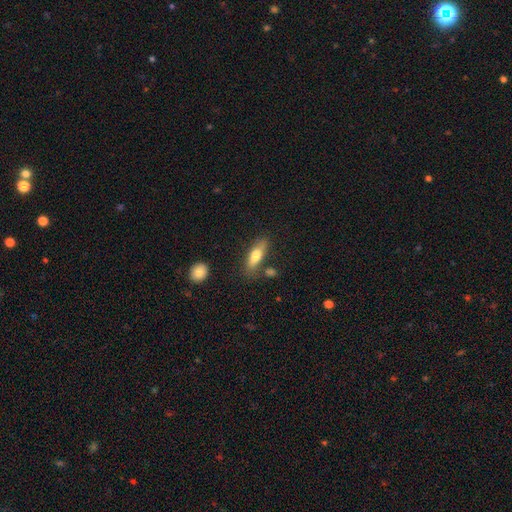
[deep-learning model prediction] smooth_or_featured: smooth (p=0.70) [alt: featured or disk p=0.24]
how_rounded: in between (p=0.57) [alt: cigar-shaped p=0.40]
merging: none (p=0.72) [alt: minor disturbance p=0.17]